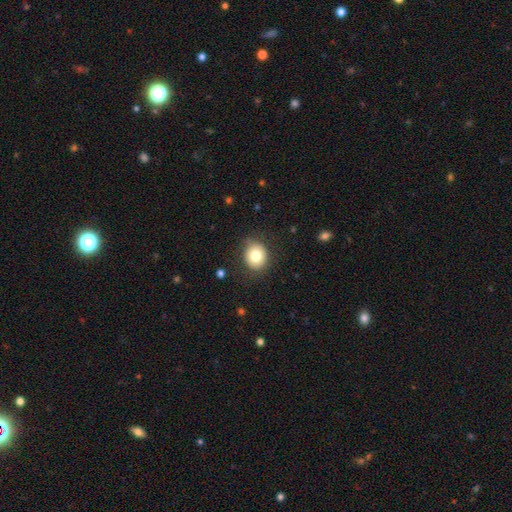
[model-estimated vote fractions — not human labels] A smooth galaxy with no disk features (80%) that is round (71%). Merging: none (85%).